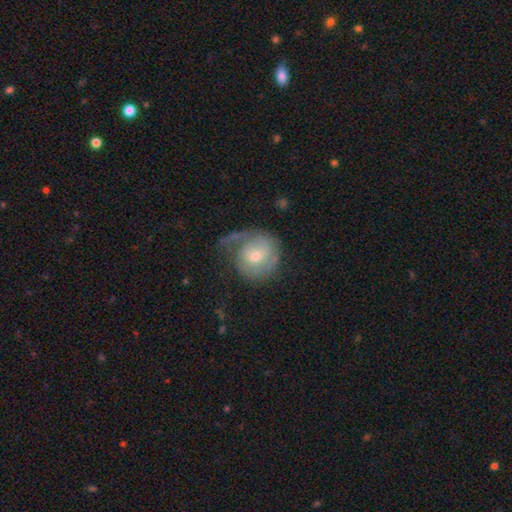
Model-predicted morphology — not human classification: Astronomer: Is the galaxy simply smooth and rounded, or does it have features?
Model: featured or disk — 63%.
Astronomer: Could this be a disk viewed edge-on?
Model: no — 97%.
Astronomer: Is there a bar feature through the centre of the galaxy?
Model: no — 67%.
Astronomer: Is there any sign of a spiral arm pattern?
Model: yes — 83%.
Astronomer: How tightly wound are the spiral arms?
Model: tight — 45% (runner-up: medium, 34%).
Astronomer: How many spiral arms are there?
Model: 1 — 39% (runner-up: 2, 33%).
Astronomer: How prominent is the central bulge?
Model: moderate — 50% (runner-up: small, 46%).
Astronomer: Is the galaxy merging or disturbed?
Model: none — 47% (runner-up: major disturbance, 25%).